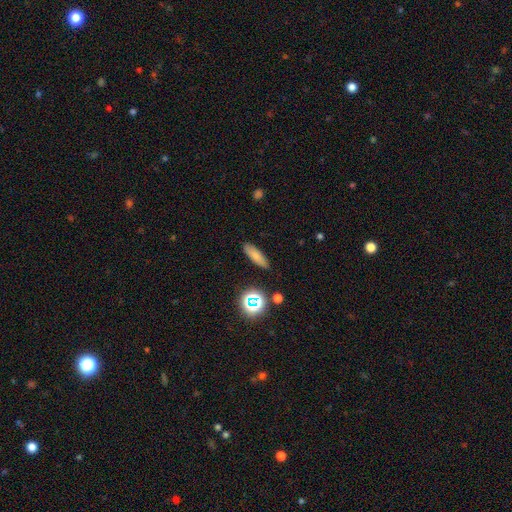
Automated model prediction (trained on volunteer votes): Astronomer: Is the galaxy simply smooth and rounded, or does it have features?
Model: smooth — 75%.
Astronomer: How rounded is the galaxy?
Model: cigar-shaped — 54% (runner-up: in between, 41%).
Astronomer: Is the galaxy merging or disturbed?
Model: none — 87%.